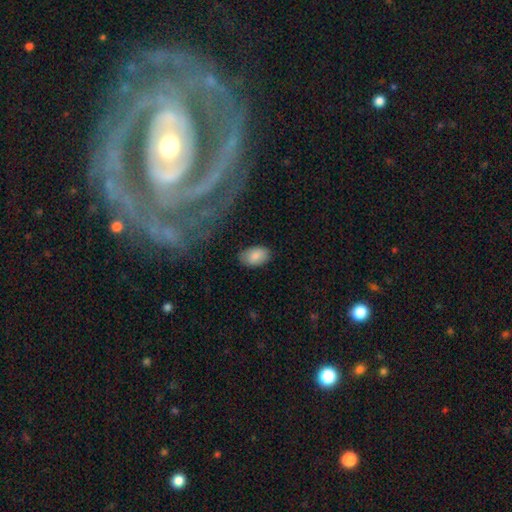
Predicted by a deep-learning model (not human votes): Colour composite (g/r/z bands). It shows a smooth galaxy with no disk features (85%) that is in between round and cigar-shaped (91%). Merging: none (82%).